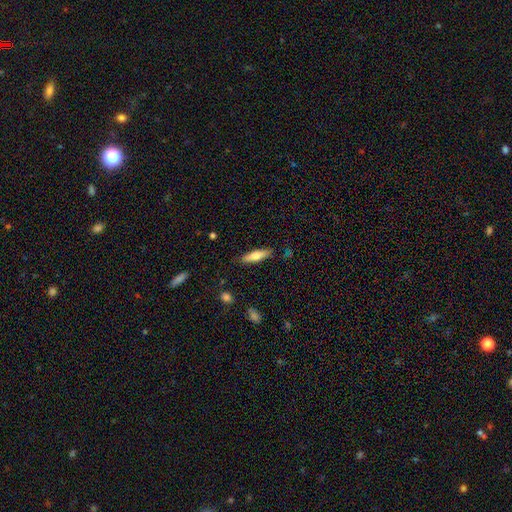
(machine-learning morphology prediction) A smooth galaxy with no disk features (65%) that is cigar-shaped (69%). Merging: none (85%).